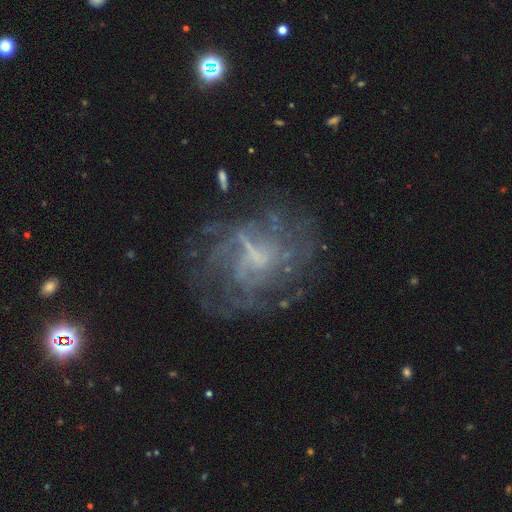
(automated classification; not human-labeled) This is likely a featured or disk galaxy (73%). It is clearly not viewed edge-on (97%). Bar: possibly no (47%). Spiral arm pattern: likely yes (63%). Central bulge: marginally none (43%). Merging: possibly none (56%).